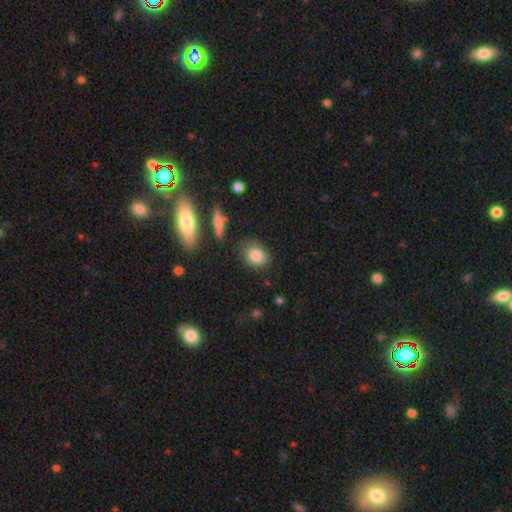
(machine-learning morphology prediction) A smooth galaxy with no disk features (84%) that is in between round and cigar-shaped (58%). Merging: none (76%).